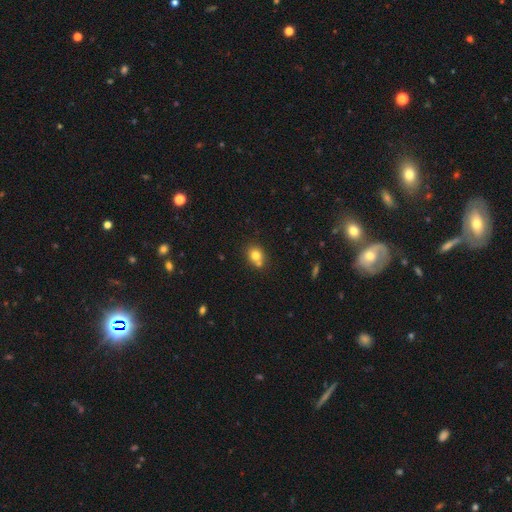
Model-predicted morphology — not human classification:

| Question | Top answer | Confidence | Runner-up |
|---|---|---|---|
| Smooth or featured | smooth | 77% | star or artifact (12%) |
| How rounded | round | 72% | in between (27%) |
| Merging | none | 59% | merger (28%) |